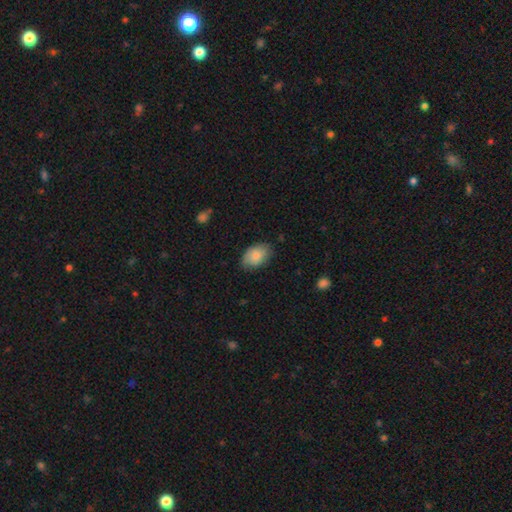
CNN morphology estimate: Q: Smooth or featured?
A: smooth (83%); runner-up: featured or disk (11%)
Q: How rounded?
A: in between (87%); runner-up: round (12%)
Q: Merging?
A: none (75%); runner-up: minor disturbance (20%)